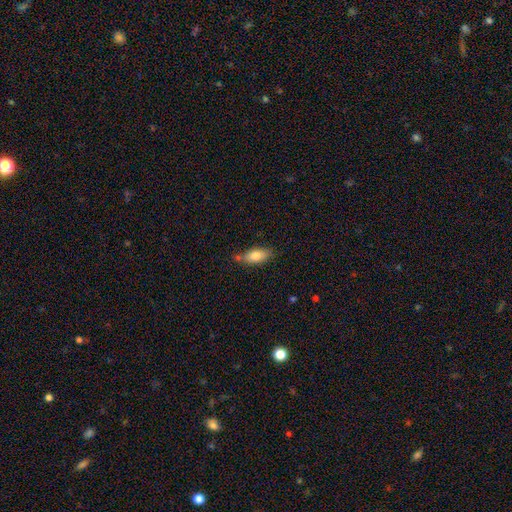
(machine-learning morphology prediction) Smooth or featured: smooth — 78% (featured or disk — 15%)
How rounded: in between — 80% (cigar-shaped — 17%)
Merging: none — 68% (minor disturbance — 21%)